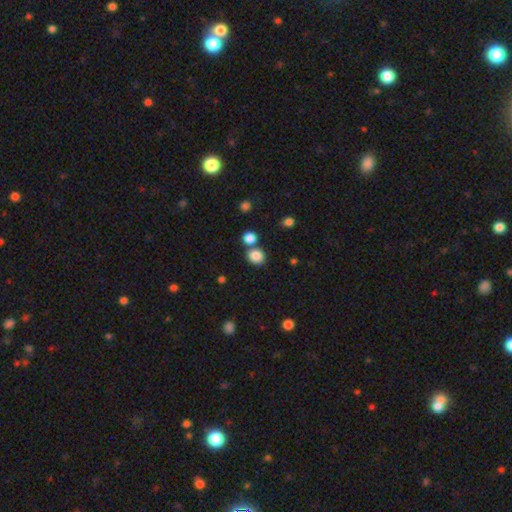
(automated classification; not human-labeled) Smooth or featured? Predicted: smooth (p=0.84). How rounded? Predicted: round (p=0.74). Merging? Predicted: none (p=0.66).